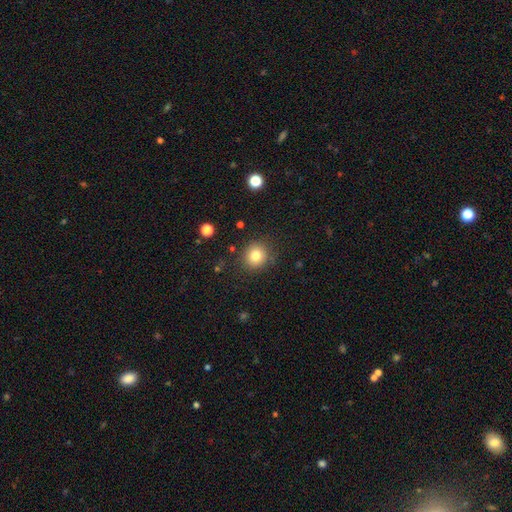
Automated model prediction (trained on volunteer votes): Overall: smooth (80%). How rounded: round (88%). Merging: none (86%).